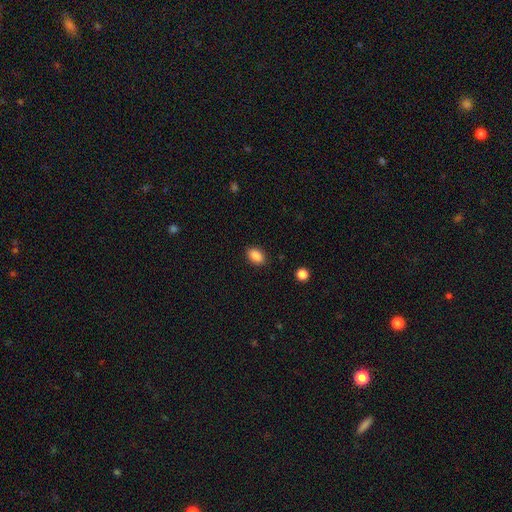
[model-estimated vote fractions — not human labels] This is clearly a smooth galaxy (88%). How rounded: clearly in between (88%). Merging: clearly none (88%).